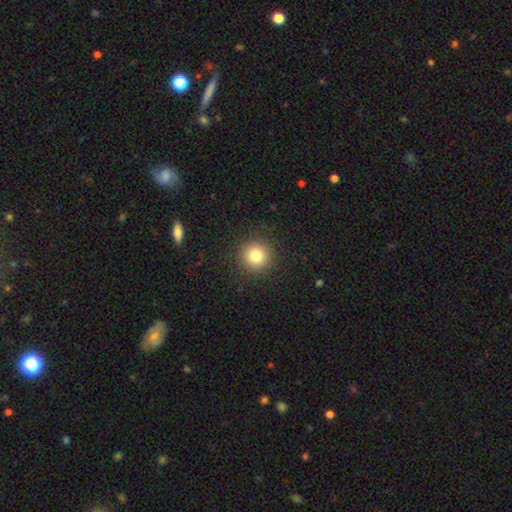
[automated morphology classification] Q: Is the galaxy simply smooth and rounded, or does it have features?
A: smooth — 81%.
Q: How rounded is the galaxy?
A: round — 94%.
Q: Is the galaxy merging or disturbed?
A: none — 90%.